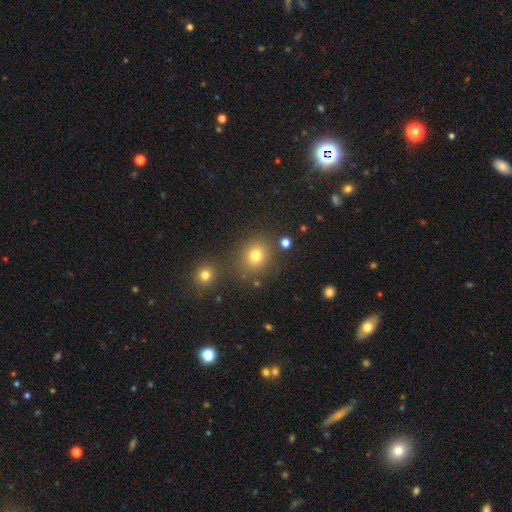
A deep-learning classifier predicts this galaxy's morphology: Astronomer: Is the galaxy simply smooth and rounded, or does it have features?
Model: smooth — 76%.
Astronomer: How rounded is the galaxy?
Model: round — 80%.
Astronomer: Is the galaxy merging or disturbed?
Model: none — 77%.